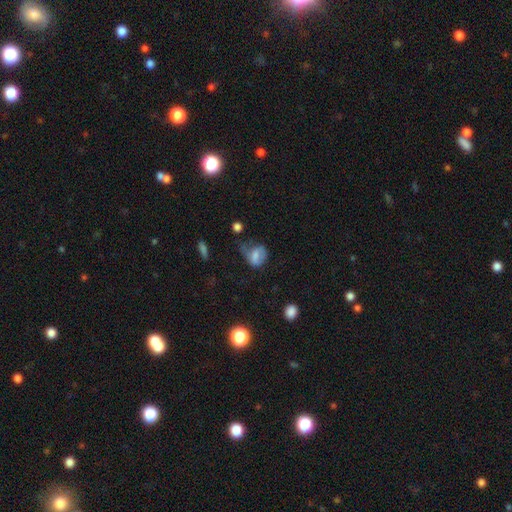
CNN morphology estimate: Smooth or featured? Predicted: smooth (p=0.63). How rounded? Predicted: in between (p=0.59). Merging? Predicted: major disturbance (p=0.33).